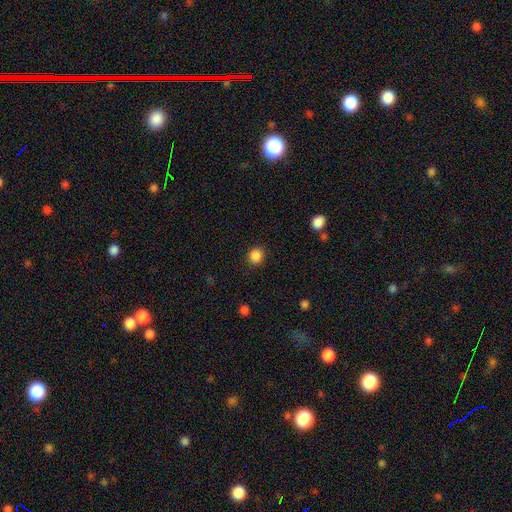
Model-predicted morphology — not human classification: Smooth or featured: smooth — 87% (star or artifact — 11%)
How rounded: round — 84% (in between — 15%)
Merging: none — 89% (minor disturbance — 7%)